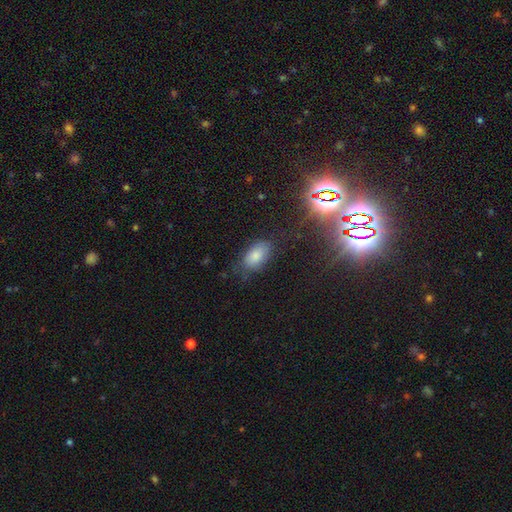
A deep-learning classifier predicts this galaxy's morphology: Smooth or featured? smooth (81%)
How rounded? in between (92%)
Merging? none (72%)